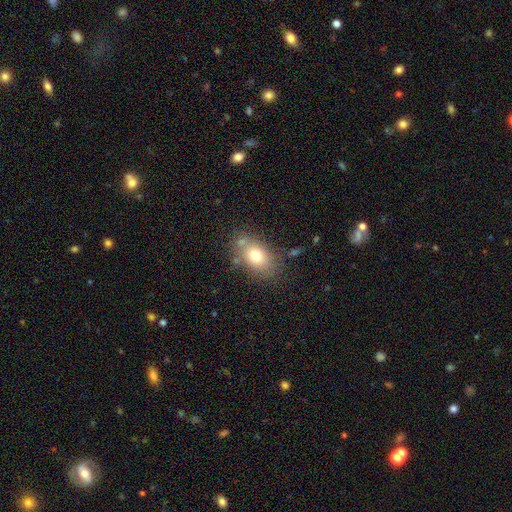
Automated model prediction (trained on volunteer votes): A smooth galaxy with no disk features (75%) that is in between round and cigar-shaped (79%). Merging: none (69%).